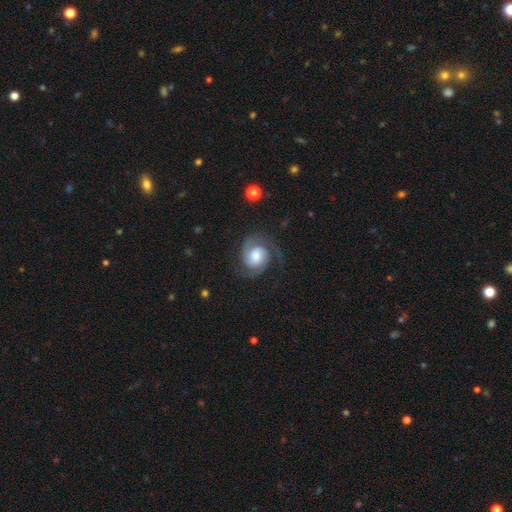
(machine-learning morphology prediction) A featured or disk galaxy (87%) with no bar (63%), 2 (87%) medium (46%) spiral arms (98%) and a moderate central bulge (55%). Merging: none (76%).